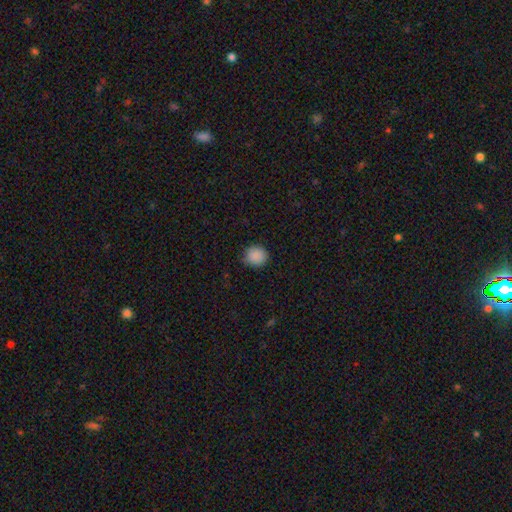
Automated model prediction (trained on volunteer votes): Smooth or featured?
  - smooth: 88% *
  - star or artifact: 9%
  - featured or disk: 3%
How rounded?
  - round: 88% *
  - in between: 11%
  - cigar-shaped: 1%
Merging?
  - none: 82% *
  - minor disturbance: 15%
  - major disturbance: 3%
  - merger: 1%